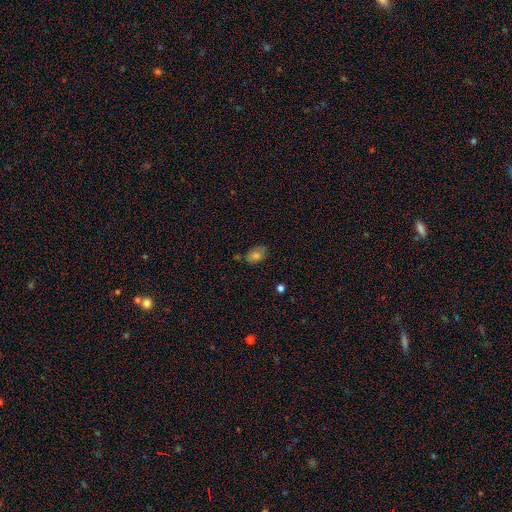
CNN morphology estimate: Q: Smooth or featured?
A: smooth (72%); runner-up: star or artifact (15%)
Q: How rounded?
A: in between (80%); runner-up: round (18%)
Q: Merging?
A: none (72%); runner-up: minor disturbance (21%)